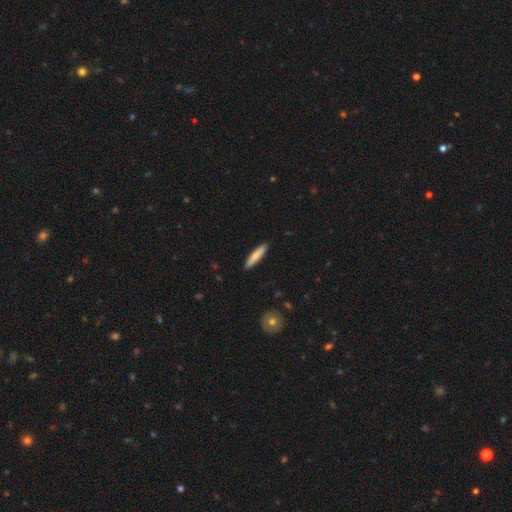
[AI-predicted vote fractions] Smooth or featured?
  - smooth: 80% *
  - featured or disk: 14%
  - star or artifact: 5%
How rounded?
  - cigar-shaped: 86% *
  - in between: 12%
  - round: 1%
Merging?
  - none: 90% *
  - minor disturbance: 7%
  - major disturbance: 1%
  - merger: 1%